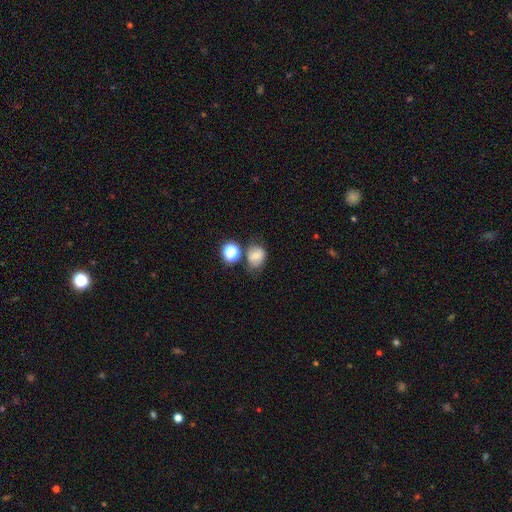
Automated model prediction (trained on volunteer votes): A smooth galaxy with no disk features (68%) that is round (59%).

Vote fractions:
- Smooth or featured? smooth: 68% / featured or disk: 17% / star or artifact: 15%
- How rounded? round: 59% / in between: 40% / cigar-shaped: 1%
- Merging? none: 56% / minor disturbance: 22% / merger: 13% / major disturbance: 8%